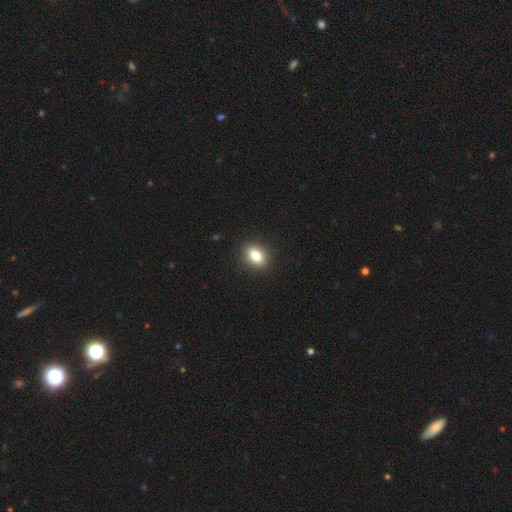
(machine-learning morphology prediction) Smooth or featured? smooth (81%)
How rounded? in between (69%)
Merging? none (91%)